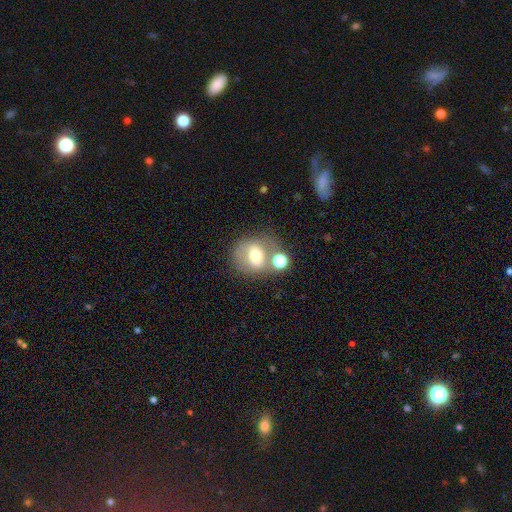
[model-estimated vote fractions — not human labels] This is possibly a smooth galaxy (54%). How rounded: likely round (71%). Merging: possibly none (50%).